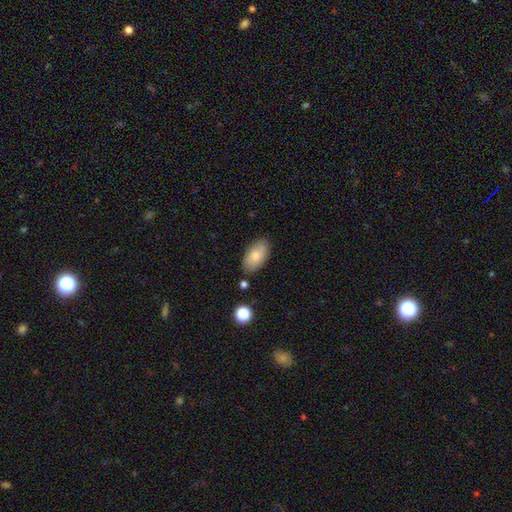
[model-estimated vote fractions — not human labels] Smooth or featured? smooth (81%)
How rounded? in between (94%)
Merging? none (82%)